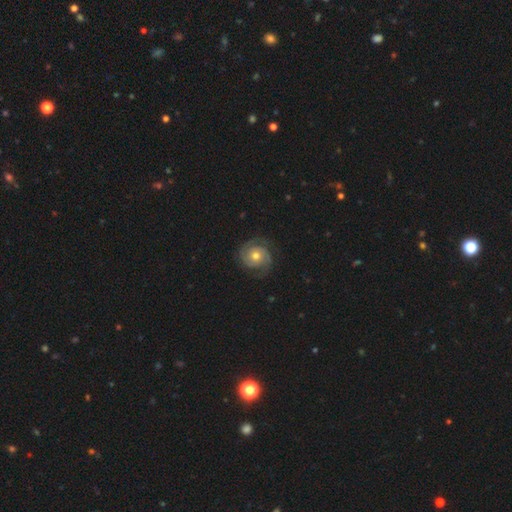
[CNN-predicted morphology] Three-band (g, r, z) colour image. It shows a featured or disk galaxy (87%) with no bar (78%), 2 (82%) tight (61%) spiral arms (98%) and a moderate central bulge (72%). Merging: none (81%).